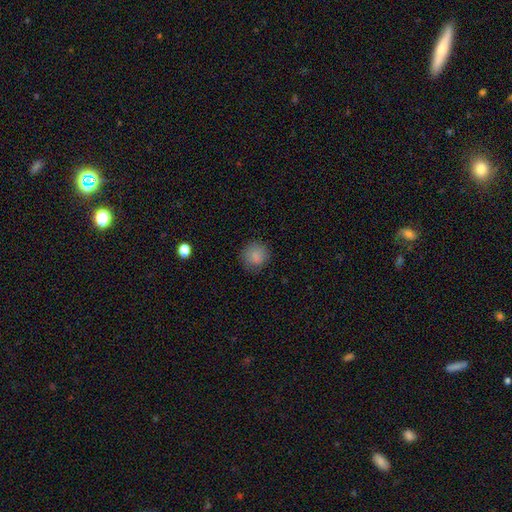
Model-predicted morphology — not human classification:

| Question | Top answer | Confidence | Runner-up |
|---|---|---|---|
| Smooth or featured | smooth | 85% | star or artifact (10%) |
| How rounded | round | 90% | in between (9%) |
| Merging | none | 84% | minor disturbance (11%) |